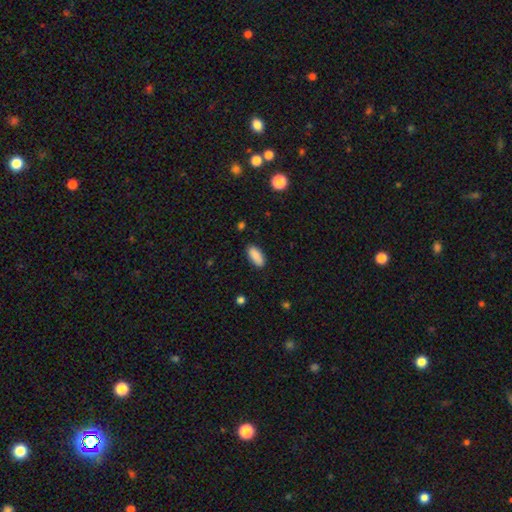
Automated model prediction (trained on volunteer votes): Smooth or featured? smooth (89%)
How rounded? in between (87%)
Merging? none (87%)